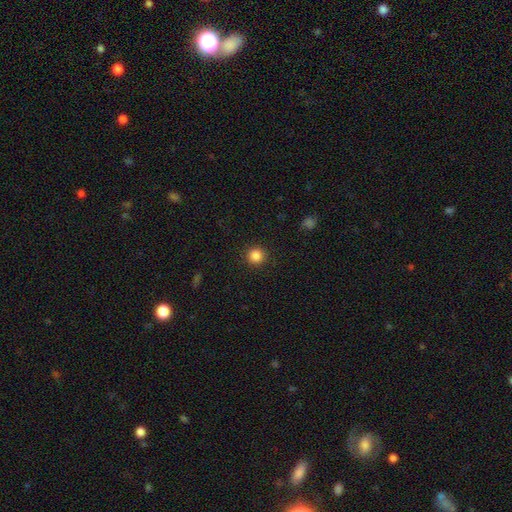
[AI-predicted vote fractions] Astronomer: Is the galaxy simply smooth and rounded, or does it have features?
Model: smooth — 85%.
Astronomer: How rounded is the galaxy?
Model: round — 95%.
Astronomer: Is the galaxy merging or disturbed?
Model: none — 92%.